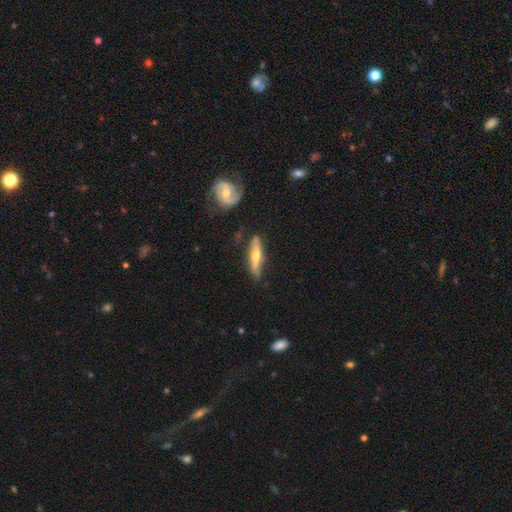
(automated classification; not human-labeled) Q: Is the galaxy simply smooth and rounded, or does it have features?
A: featured or disk — 62%.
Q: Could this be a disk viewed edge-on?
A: yes — 86%.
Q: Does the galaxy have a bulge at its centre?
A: rounded — 88%.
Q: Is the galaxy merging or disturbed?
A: none — 76%.